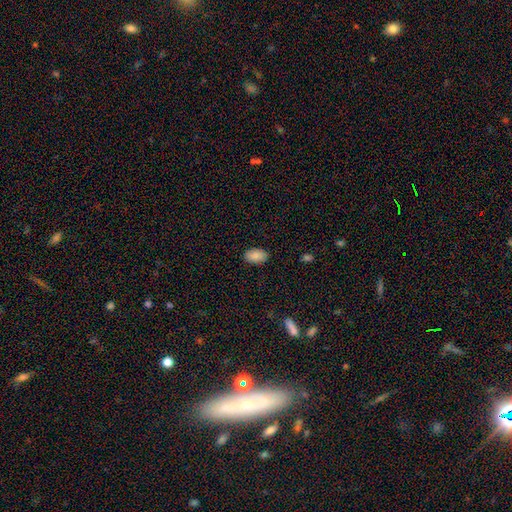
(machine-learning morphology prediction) smooth_or_featured: smooth (p=0.87) [alt: star or artifact p=0.07]
how_rounded: in between (p=0.93) [alt: round p=0.05]
merging: none (p=0.88) [alt: minor disturbance p=0.09]